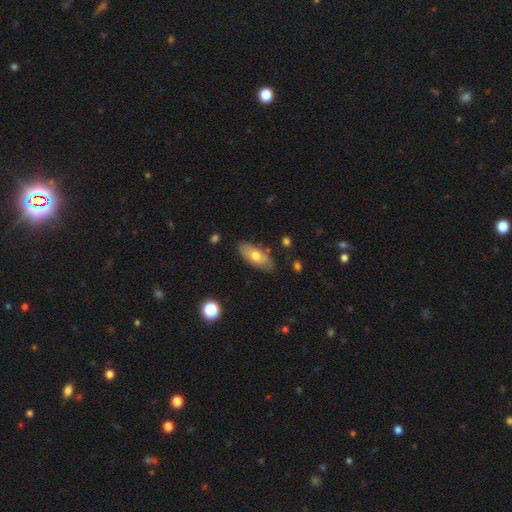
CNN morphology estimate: Q: Smooth or featured?
A: smooth (67%); runner-up: featured or disk (26%)
Q: How rounded?
A: in between (85%); runner-up: cigar-shaped (12%)
Q: Merging?
A: none (82%); runner-up: minor disturbance (13%)